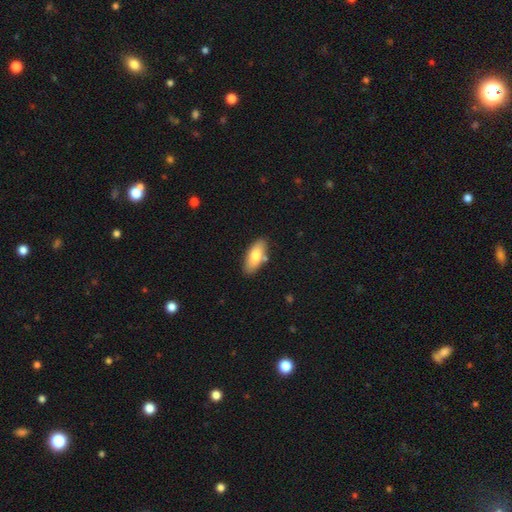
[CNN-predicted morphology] Smooth or featured? smooth (77%)
How rounded? in between (84%)
Merging? none (81%)